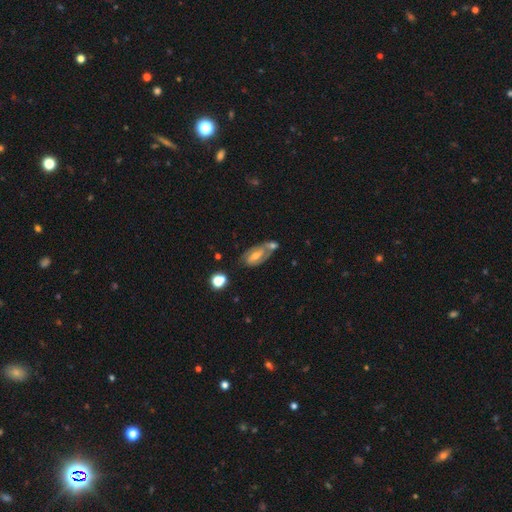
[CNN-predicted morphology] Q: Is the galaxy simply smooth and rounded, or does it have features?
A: featured or disk — 69%.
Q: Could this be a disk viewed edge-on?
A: no — 92%.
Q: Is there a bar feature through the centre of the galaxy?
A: weak — 46%.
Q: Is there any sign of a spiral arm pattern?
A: yes — 82%.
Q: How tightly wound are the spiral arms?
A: tight — 44%.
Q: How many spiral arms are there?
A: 2 — 68%.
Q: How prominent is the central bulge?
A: moderate — 54%.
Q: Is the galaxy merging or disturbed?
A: none — 48%.